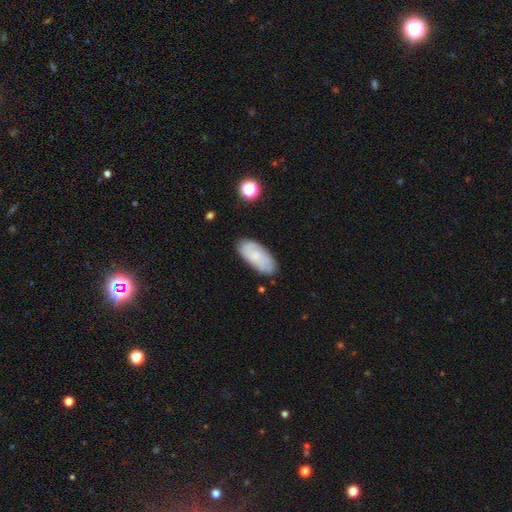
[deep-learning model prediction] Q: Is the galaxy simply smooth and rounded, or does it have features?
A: smooth — 57%.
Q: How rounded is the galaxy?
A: in between — 87%.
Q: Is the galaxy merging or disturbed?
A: none — 77%.